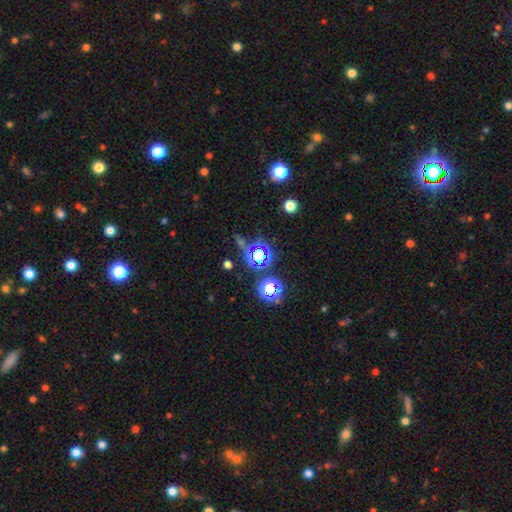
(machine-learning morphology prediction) Smooth or featured? star or artifact (69%)